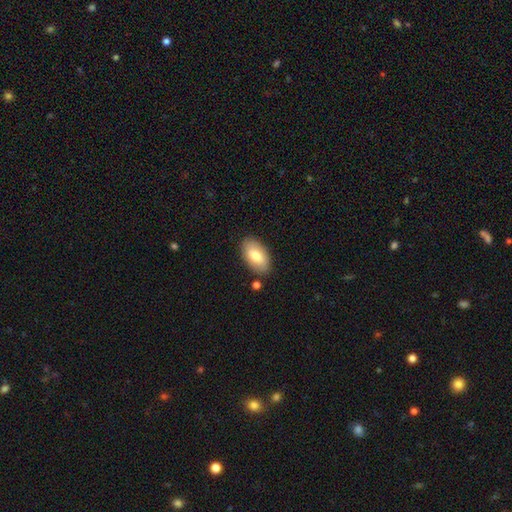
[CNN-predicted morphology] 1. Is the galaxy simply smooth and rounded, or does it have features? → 77% smooth, 17% featured or disk, 6% star or artifact.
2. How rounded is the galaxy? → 94% in between, 3% round, 2% cigar-shaped.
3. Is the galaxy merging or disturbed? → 83% none, 11% minor disturbance, 3% merger, 2% major disturbance.